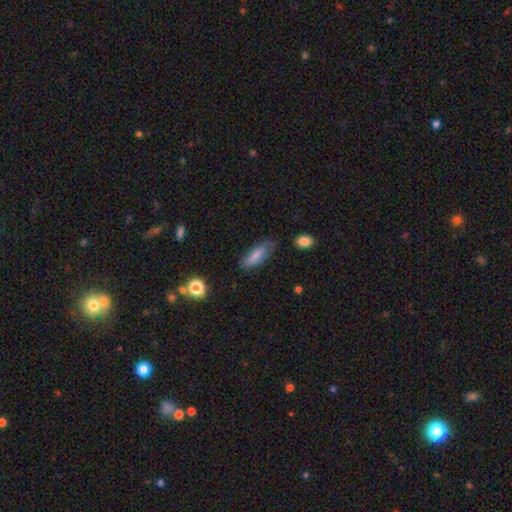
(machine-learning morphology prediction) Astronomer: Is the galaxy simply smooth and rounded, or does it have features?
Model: smooth — 83%.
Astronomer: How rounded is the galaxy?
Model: in between — 56% (runner-up: cigar-shaped, 42%).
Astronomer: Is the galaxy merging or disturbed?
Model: none — 74%.